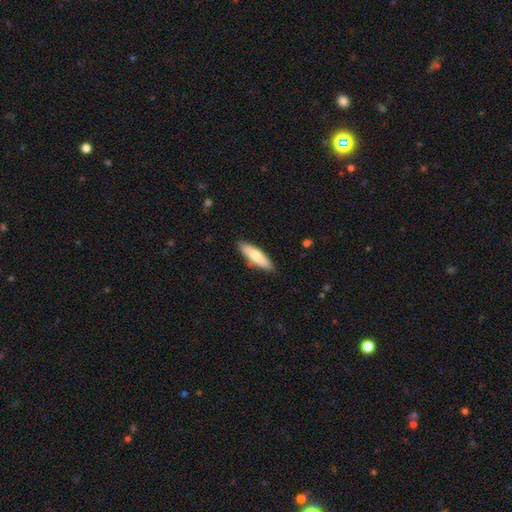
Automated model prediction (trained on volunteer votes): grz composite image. It shows a smooth galaxy with no disk features (67%) that is cigar-shaped (62%). Merging: none (86%).